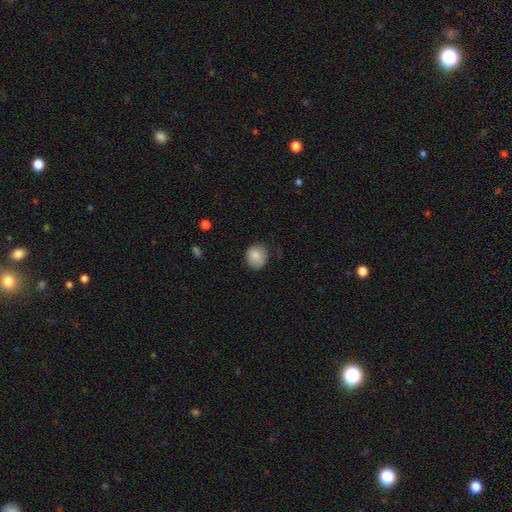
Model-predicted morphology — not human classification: smooth 86%, star or artifact 8%, featured or disk 7%. Down the decision tree: how rounded — round (80%); merging — none (74%).